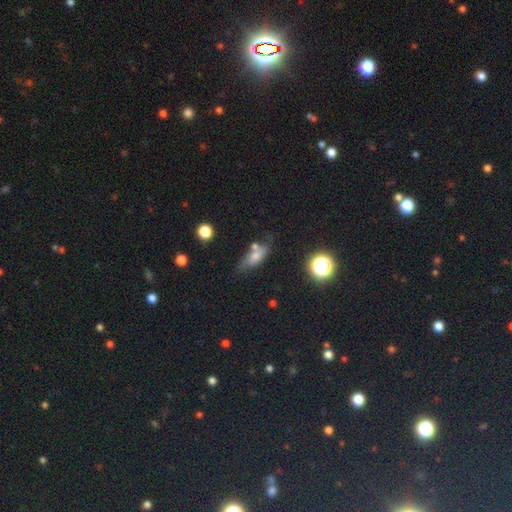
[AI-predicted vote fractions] This is possibly a smooth galaxy (52%). How rounded: possibly in between (55%). Merging: likely none (65%).